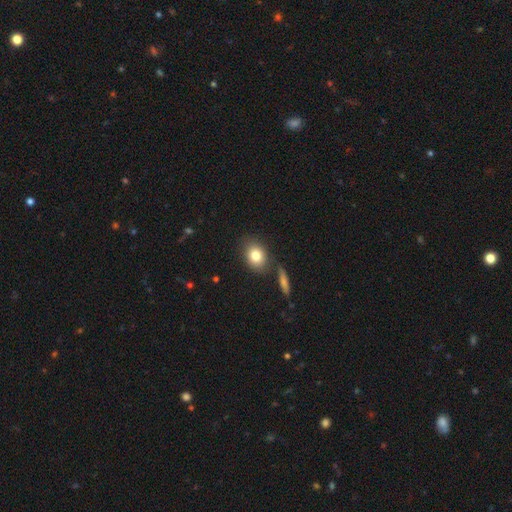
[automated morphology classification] smooth-or-featured: smooth: 81% | featured or disk: 10% | star or artifact: 9%
  how-rounded: in between: 60% | round: 38% | cigar-shaped: 2%
  merging: none: 76% | minor disturbance: 11% | merger: 9% | major disturbance: 3%